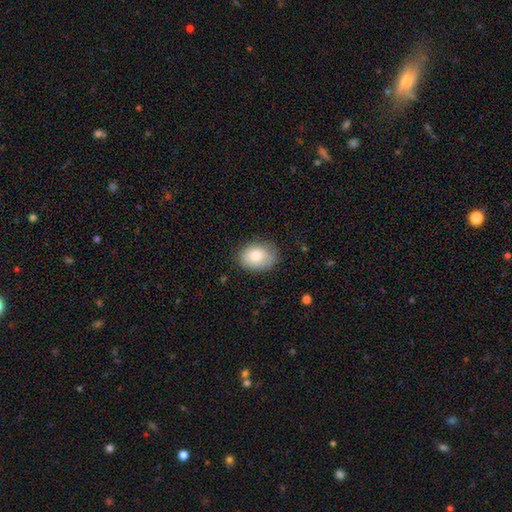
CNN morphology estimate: smooth_or_featured: smooth (p=0.82) [alt: featured or disk p=0.11]
how_rounded: in between (p=0.74) [alt: round p=0.25]
merging: none (p=0.77) [alt: minor disturbance p=0.18]